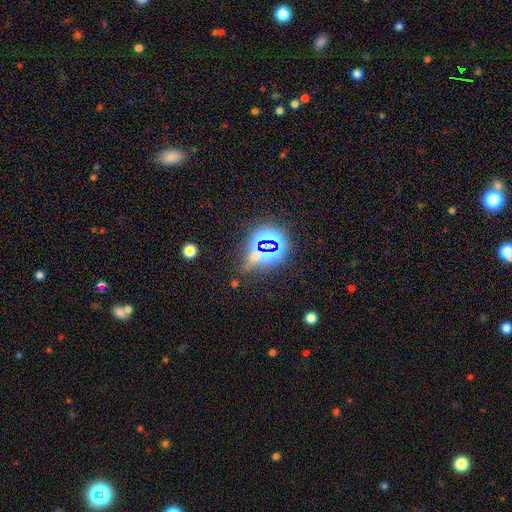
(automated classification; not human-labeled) Smooth or featured? Predicted: star or artifact (p=0.72).